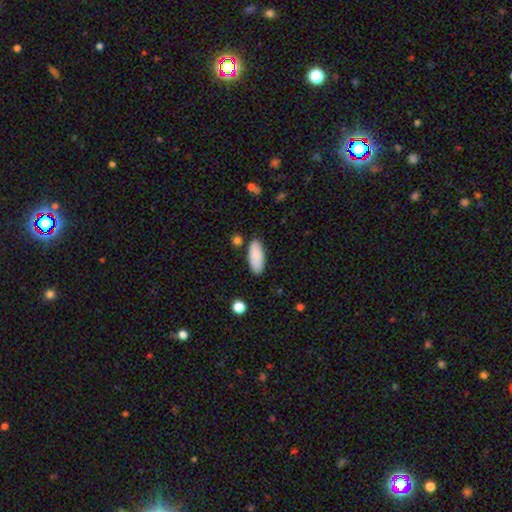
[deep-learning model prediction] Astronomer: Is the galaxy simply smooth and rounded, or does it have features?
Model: smooth — 88%.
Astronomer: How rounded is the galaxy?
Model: in between — 80%.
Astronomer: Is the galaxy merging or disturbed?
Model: none — 82%.